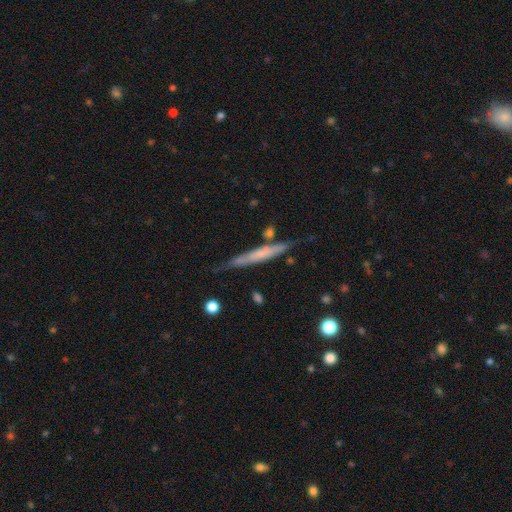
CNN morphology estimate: The model was most divided on "smooth or featured": featured or disk: 53%, smooth: 39%, star or artifact: 8%. More confident: edge-on disk — yes (94%); merging — none (77%); edge-on bulge — none (71%).